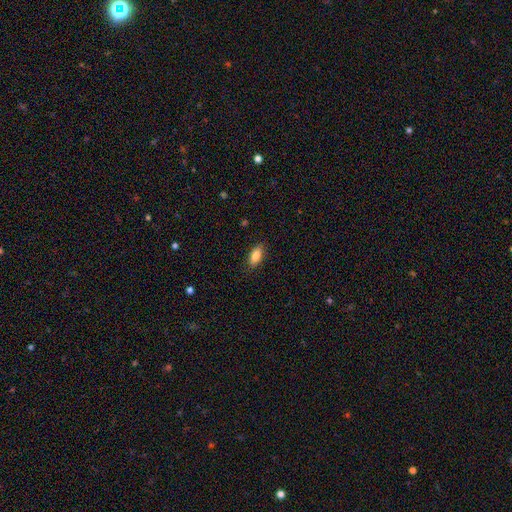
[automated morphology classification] Q: Smooth or featured?
A: smooth (85%); runner-up: featured or disk (8%)
Q: How rounded?
A: in between (88%); runner-up: cigar-shaped (8%)
Q: Merging?
A: none (85%); runner-up: minor disturbance (11%)